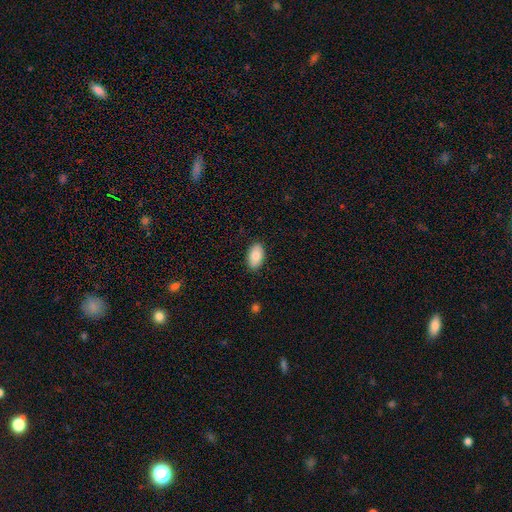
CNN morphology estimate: This appears to be a smooth galaxy with no disk features (84%) that is in between round and cigar-shaped (94%). Merging: none (88%).